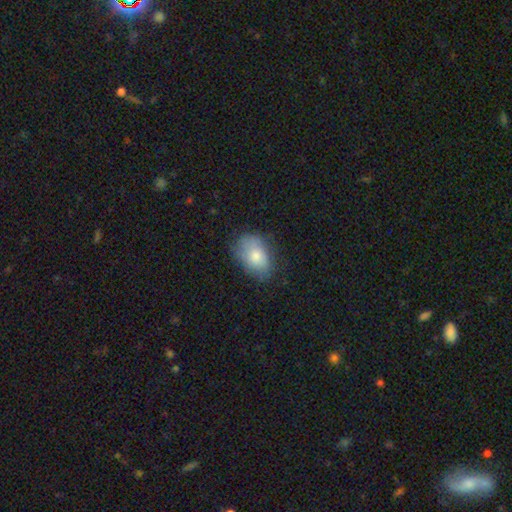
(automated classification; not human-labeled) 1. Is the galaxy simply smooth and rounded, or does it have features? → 76% smooth, 16% featured or disk, 8% star or artifact.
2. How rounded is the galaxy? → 85% in between, 13% round, 1% cigar-shaped.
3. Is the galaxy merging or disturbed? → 71% none, 23% minor disturbance, 5% major disturbance, 1% merger.